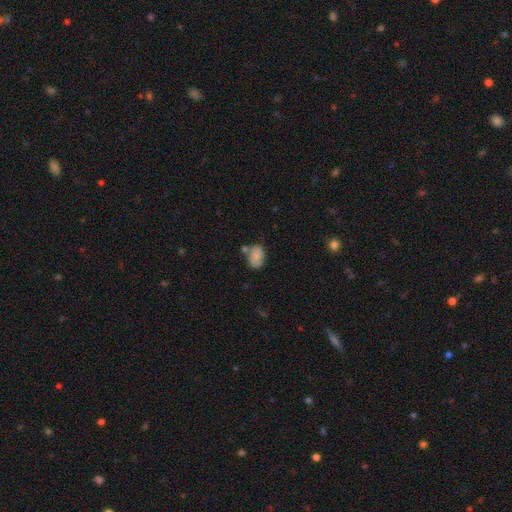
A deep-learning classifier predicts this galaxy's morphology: Smooth or featured: smooth — 79% (featured or disk — 11%)
How rounded: in between — 79% (round — 20%)
Merging: none — 46% (merger — 24%)